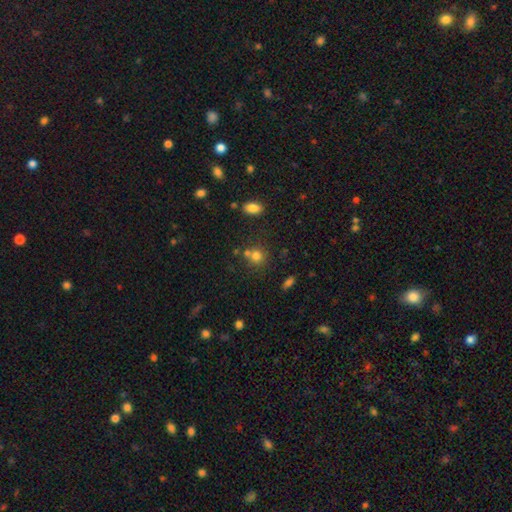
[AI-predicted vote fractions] Morphology: type=smooth (76%); roundness=round (80%); merging=none (54%).